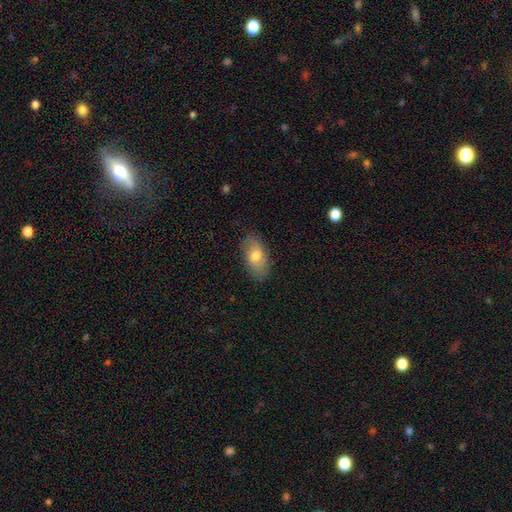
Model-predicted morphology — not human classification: The model was most divided on "smooth or featured": smooth: 64%, featured or disk: 28%, star or artifact: 7%. More confident: how rounded — in between (90%); merging — none (80%).